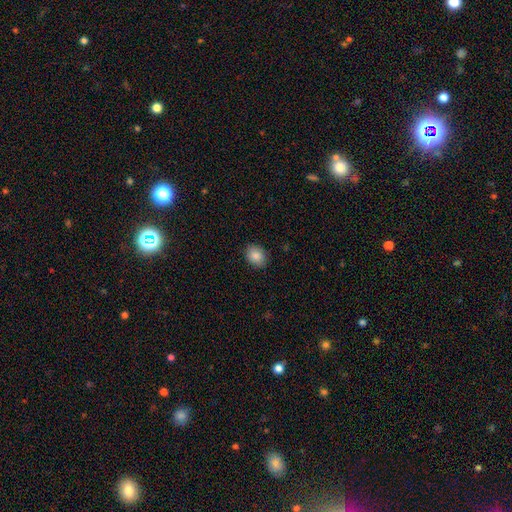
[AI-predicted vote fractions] Overall: smooth (87%). How rounded: in between (56%; round 43%). Merging: none (89%).